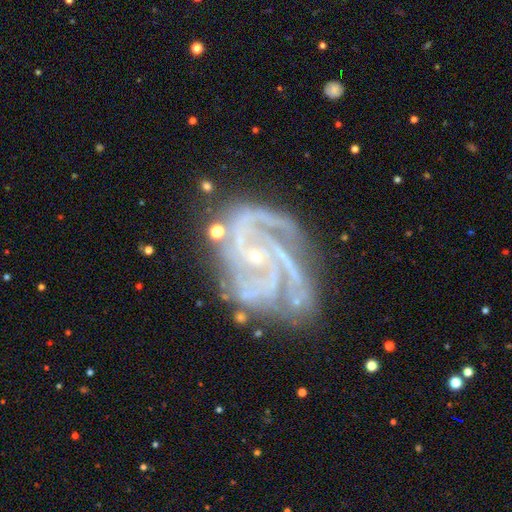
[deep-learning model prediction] This appears to be a featured or disk galaxy (91%) with no bar (64%), 3 (42%) tight (52%) spiral arms (98%) and a small central bulge (85%). Merging: none (59%).